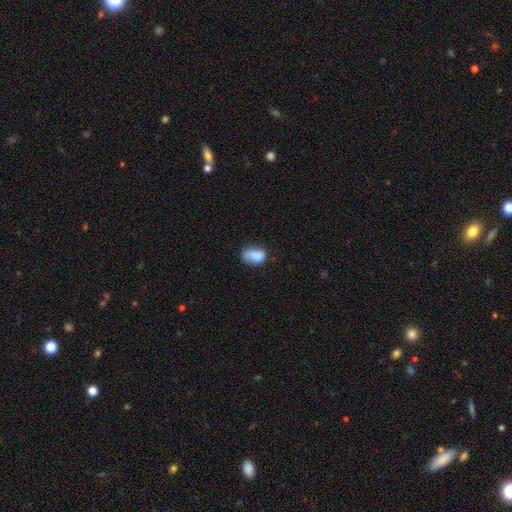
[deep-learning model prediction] The model was most divided on "merging": none: 49%, minor disturbance: 33%, major disturbance: 14%, merger: 5%. More confident: how rounded — in between (84%); smooth or featured — smooth (80%).